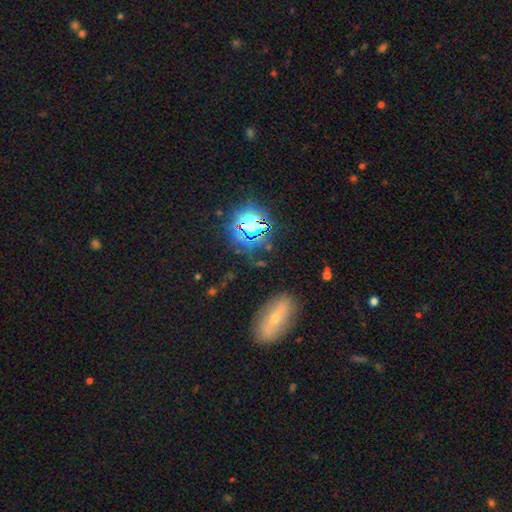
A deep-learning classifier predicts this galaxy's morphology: This appears to be a star or artifact, not a galaxy (60%).